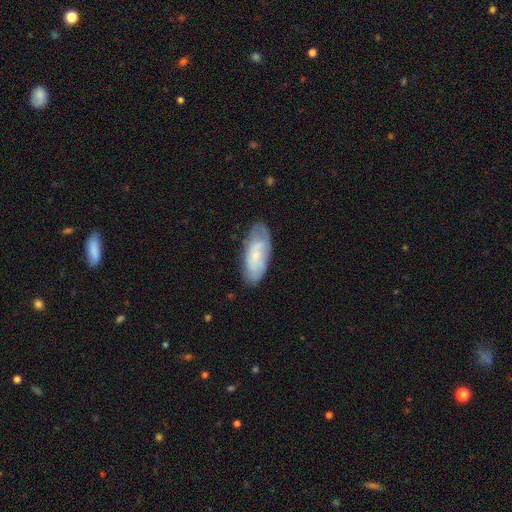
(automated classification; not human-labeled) smooth_or_featured: smooth (p=0.56) [alt: featured or disk p=0.37]
how_rounded: in between (p=0.81) [alt: cigar-shaped p=0.17]
merging: none (p=0.72) [alt: minor disturbance p=0.21]